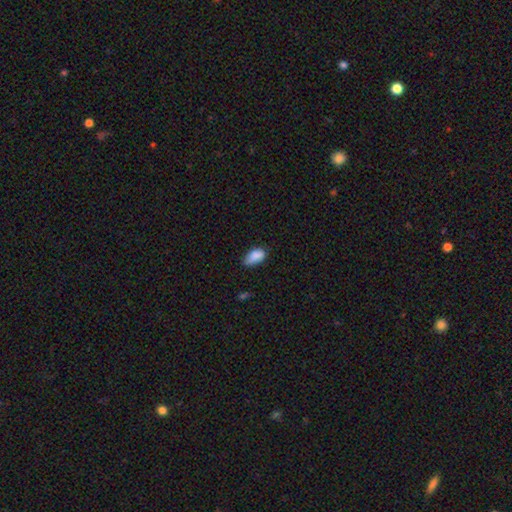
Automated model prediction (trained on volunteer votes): A smooth galaxy with no disk features (86%) that is in between round and cigar-shaped (92%).

Vote fractions:
- Smooth or featured? smooth: 86% / star or artifact: 8% / featured or disk: 6%
- How rounded? in between: 92% / round: 4% / cigar-shaped: 4%
- Merging? none: 54% / minor disturbance: 37% / major disturbance: 7% / merger: 2%